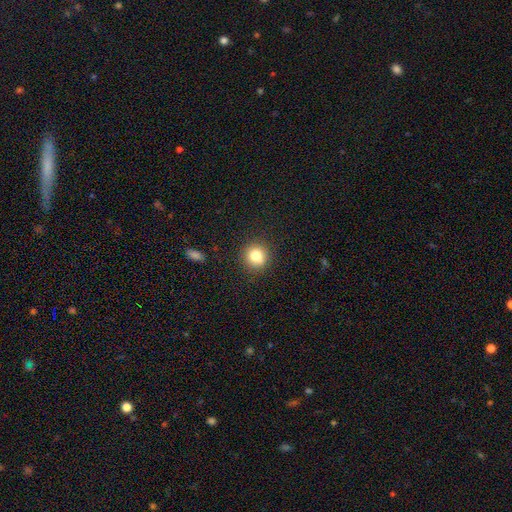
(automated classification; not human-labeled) Smooth or featured?
  - smooth: 81% *
  - star or artifact: 11%
  - featured or disk: 8%
How rounded?
  - round: 89% *
  - in between: 10%
  - cigar-shaped: 1%
Merging?
  - none: 87% *
  - minor disturbance: 9%
  - major disturbance: 2%
  - merger: 2%